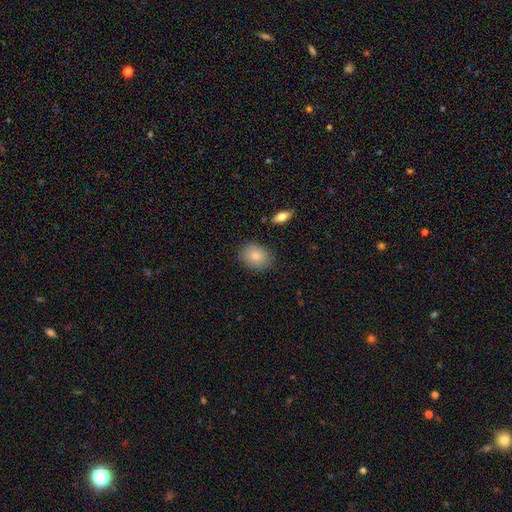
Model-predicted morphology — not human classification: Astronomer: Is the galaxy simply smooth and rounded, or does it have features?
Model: smooth — 82%.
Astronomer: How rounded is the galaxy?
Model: in between — 60% (runner-up: round, 39%).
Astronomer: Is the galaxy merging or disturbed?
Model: none — 83%.